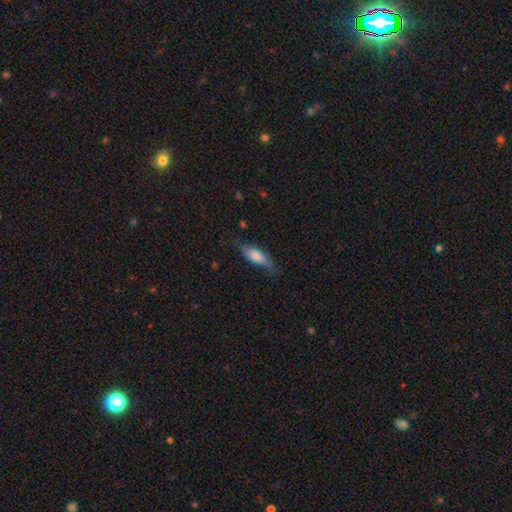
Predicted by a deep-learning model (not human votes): Q: Smooth or featured?
A: smooth (75%); runner-up: featured or disk (19%)
Q: How rounded?
A: in between (64%); runner-up: cigar-shaped (34%)
Q: Merging?
A: none (64%); runner-up: minor disturbance (27%)